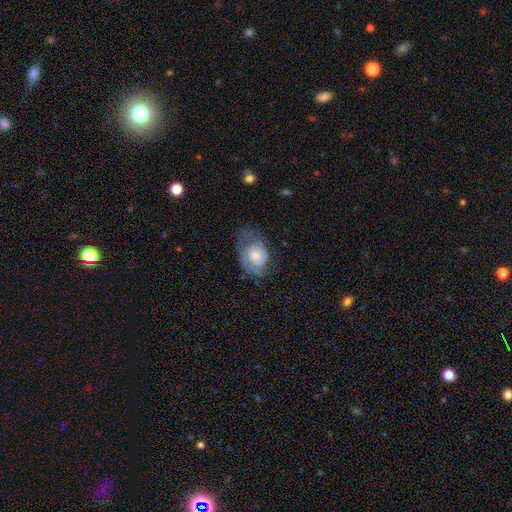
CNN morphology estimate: Smooth or featured?
  - featured or disk: 50% *
  - smooth: 42%
  - star or artifact: 7%
Edge-on disk?
  - no: 96% *
  - yes: 4%
Merging?
  - none: 41% *
  - minor disturbance: 31%
  - major disturbance: 26%
  - merger: 2%